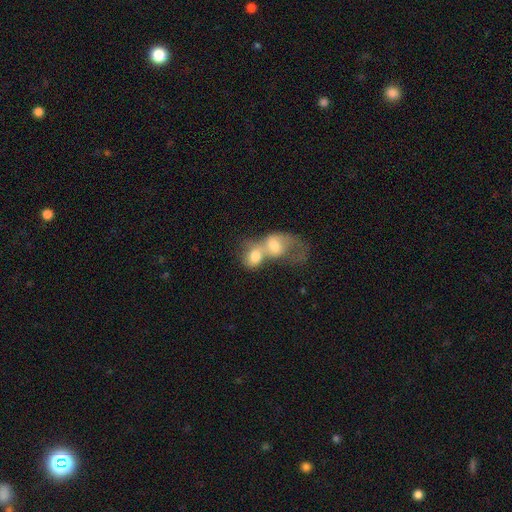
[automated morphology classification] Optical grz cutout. It shows a smooth galaxy with no disk features (64%) that is in between round and cigar-shaped (63%). Merging: merger (81%).